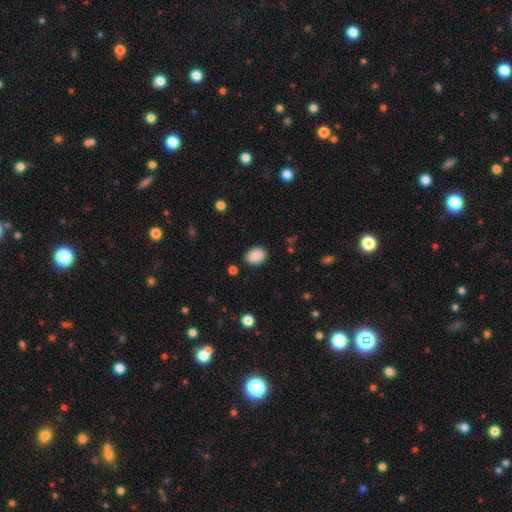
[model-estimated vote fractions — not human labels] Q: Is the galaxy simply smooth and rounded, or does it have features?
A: smooth — 89%.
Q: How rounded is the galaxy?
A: in between — 76%.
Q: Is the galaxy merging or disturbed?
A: none — 85%.